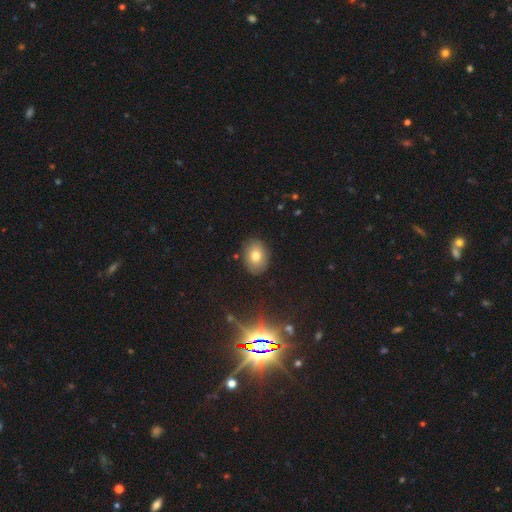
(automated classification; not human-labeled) Overall: smooth (75%). How rounded: in between (72%). Merging: none (86%).